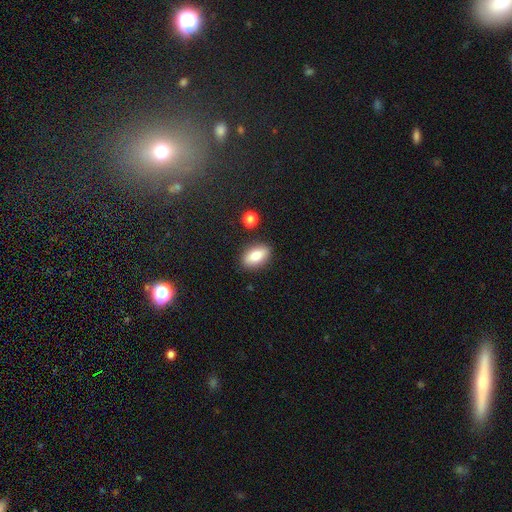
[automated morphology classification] A smooth galaxy with no disk features (81%) that is in between round and cigar-shaped (88%). Merging: none (85%).